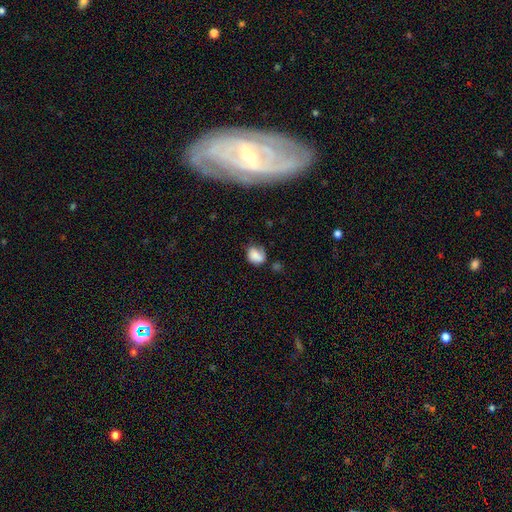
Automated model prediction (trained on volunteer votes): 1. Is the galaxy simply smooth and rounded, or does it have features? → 78% smooth, 12% featured or disk, 10% star or artifact.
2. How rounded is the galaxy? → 58% in between, 40% round, 1% cigar-shaped.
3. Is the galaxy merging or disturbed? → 46% none, 33% minor disturbance, 14% major disturbance, 7% merger.